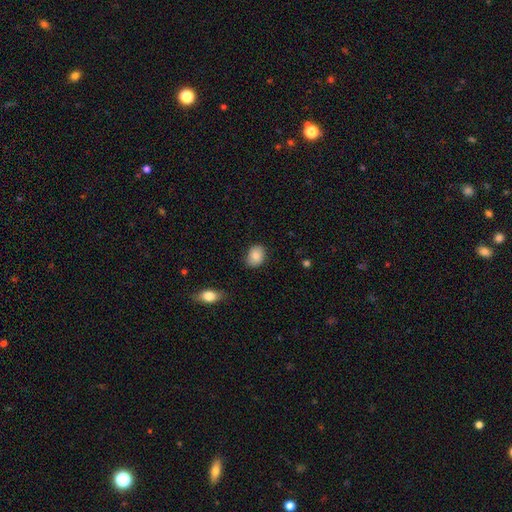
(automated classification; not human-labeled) Smooth or featured? smooth (85%)
How rounded? in between (68%)
Merging? none (84%)